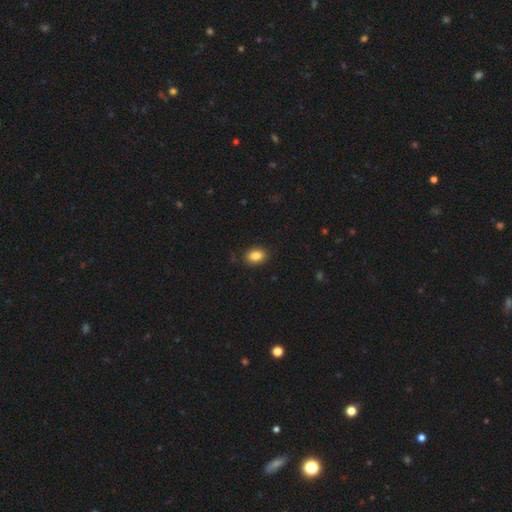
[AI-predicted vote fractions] A smooth galaxy with no disk features (86%) that is in between round and cigar-shaped (77%). Merging: none (88%).